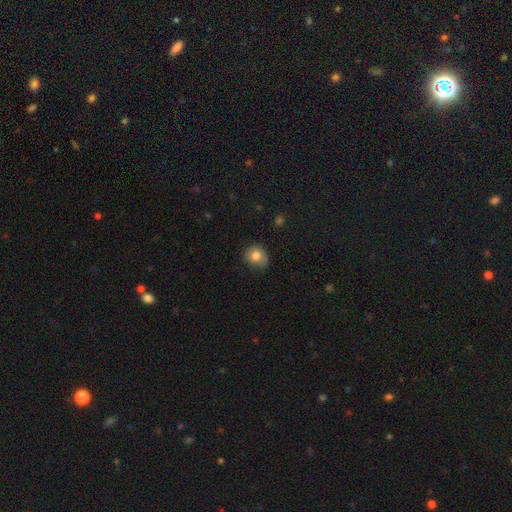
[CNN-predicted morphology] Overall: smooth (79%). How rounded: round (76%). Merging: none (71%).